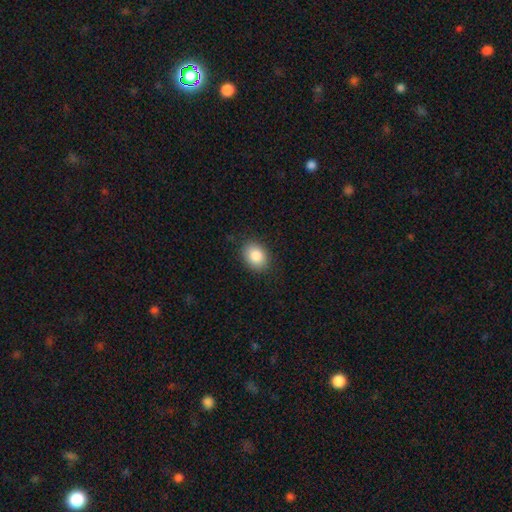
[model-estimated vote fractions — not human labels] This is clearly a smooth galaxy (86%). How rounded: likely in between (65%). Merging: clearly none (87%).